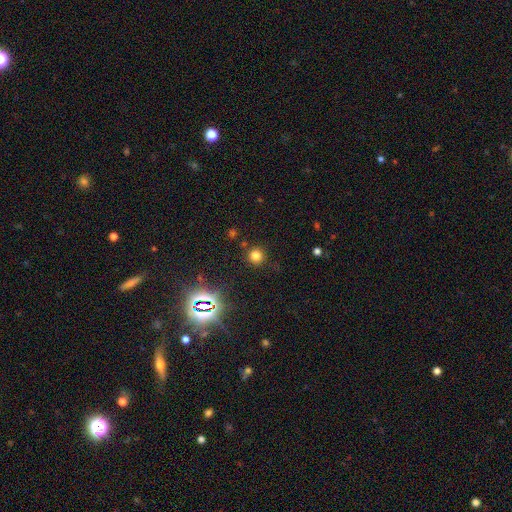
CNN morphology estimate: smooth 74%, star or artifact 20%, featured or disk 6%. Down the decision tree: how rounded — round (94%); merging — none (88%).